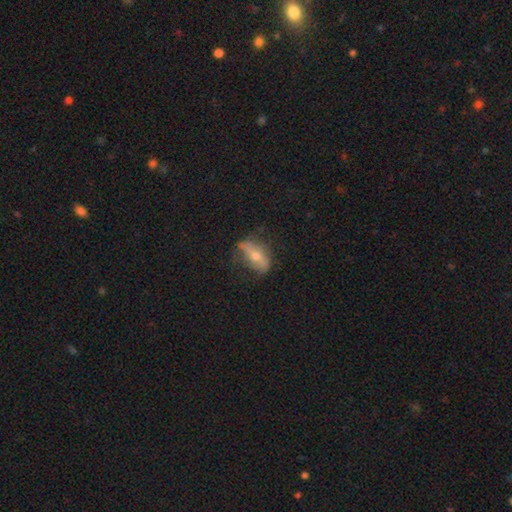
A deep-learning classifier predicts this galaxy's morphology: smooth-or-featured: featured or disk: 53% | smooth: 36% | star or artifact: 10%
  disk-edge-on: no: 67% | yes: 33%
  merging: none: 64% | minor disturbance: 24% | major disturbance: 10% | merger: 2%